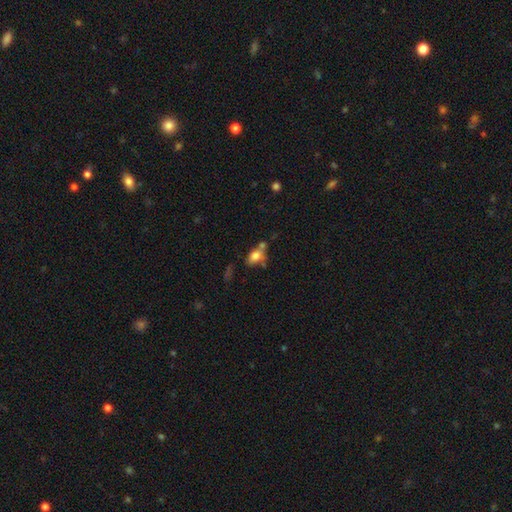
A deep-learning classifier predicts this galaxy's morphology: This appears to be a smooth galaxy with no disk features (74%) that is in between round and cigar-shaped (78%). Merging: none (43%).